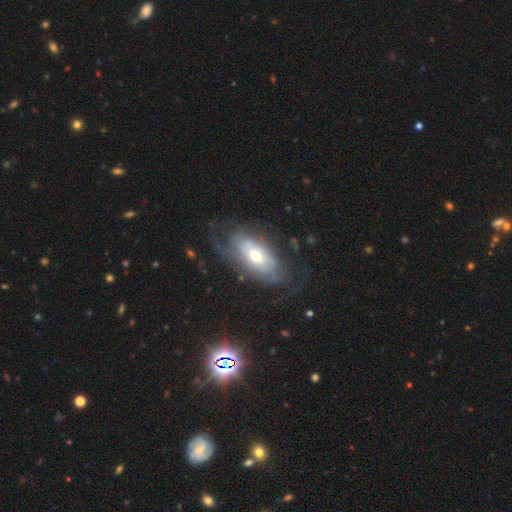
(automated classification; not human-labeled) smooth_or_featured: featured or disk (p=0.72) [alt: smooth p=0.22]
disk_edge_on: no (p=0.90) [alt: yes p=0.10]
bar: no (p=0.75) [alt: weak p=0.19]
has_spiral_arms: yes (p=0.76) [alt: no p=0.24]
bulge_size: moderate (p=0.65) [alt: small p=0.25]
merging: none (p=0.62) [alt: minor disturbance p=0.19]